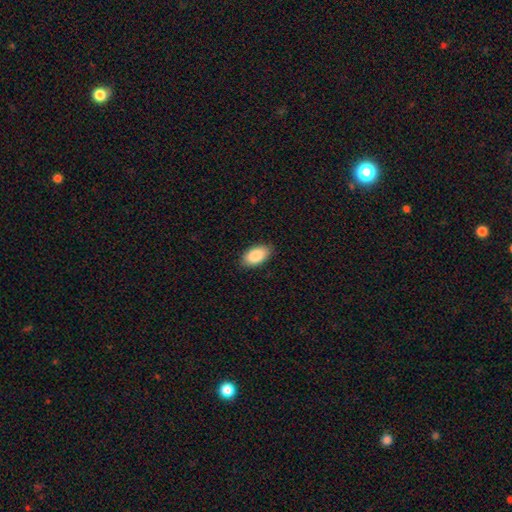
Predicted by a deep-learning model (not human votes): Smooth or featured? smooth (88%)
How rounded? in between (95%)
Merging? none (87%)